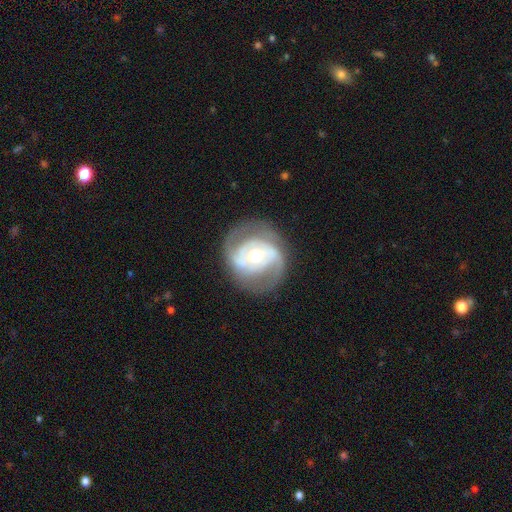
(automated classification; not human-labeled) Smooth or featured: featured or disk — 83% (smooth — 12%)
Edge-on disk: no — 97% (yes — 3%)
Bar: no — 53% (weak — 32%)
Spiral arms: yes — 91% (no — 9%)
Spiral winding: medium — 44% (tight — 40%)
Spiral arm count: 2 — 67% (can't tell — 12%)
Bulge size: moderate — 65% (small — 27%)
Merging: none — 73% (minor disturbance — 16%)